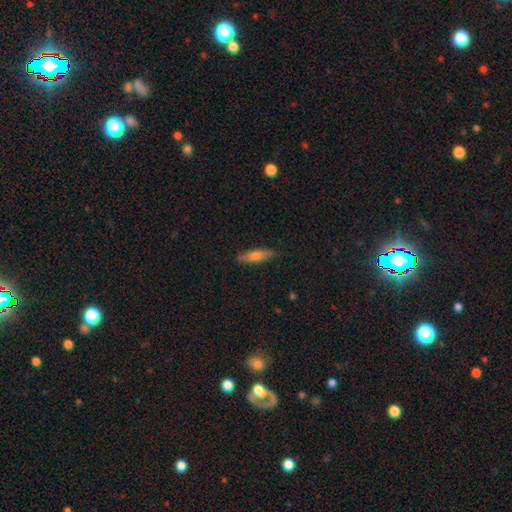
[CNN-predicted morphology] type=smooth (62%); roundness=cigar-shaped (74%); merging=none (87%).